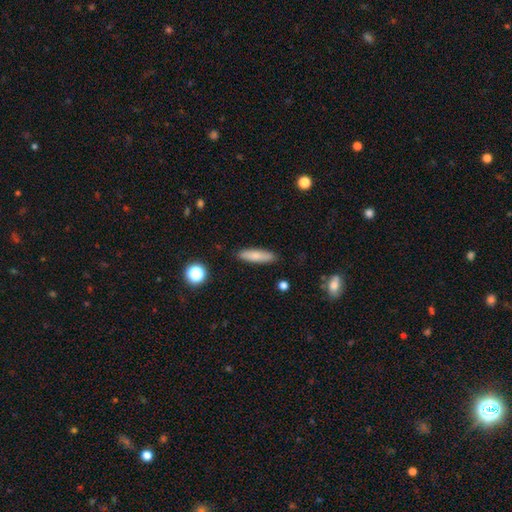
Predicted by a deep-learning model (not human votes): A smooth galaxy with no disk features (79%) that is cigar-shaped (68%).

Vote fractions:
- Smooth or featured? smooth: 79% / featured or disk: 14% / star or artifact: 7%
- How rounded? cigar-shaped: 68% / in between: 30% / round: 2%
- Merging? none: 88% / minor disturbance: 9% / major disturbance: 2% / merger: 1%